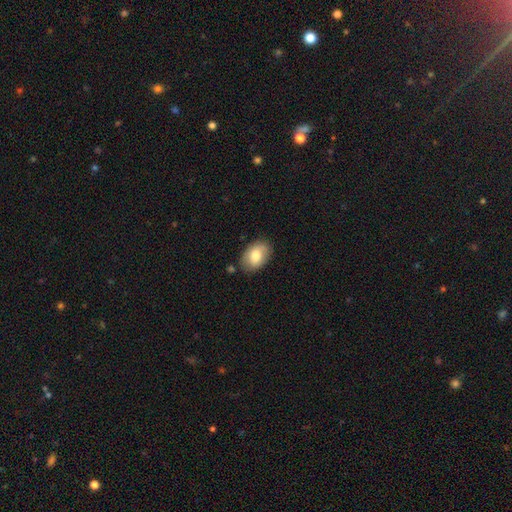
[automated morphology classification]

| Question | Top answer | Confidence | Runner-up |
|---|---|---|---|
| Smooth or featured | smooth | 78% | featured or disk (15%) |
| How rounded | in between | 87% | round (12%) |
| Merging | none | 82% | minor disturbance (13%) |